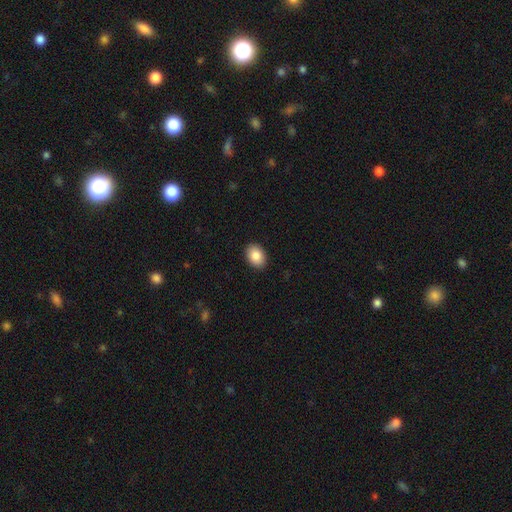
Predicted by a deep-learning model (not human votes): This is clearly a smooth galaxy (87%). How rounded: likely in between (76%). Merging: clearly none (91%).